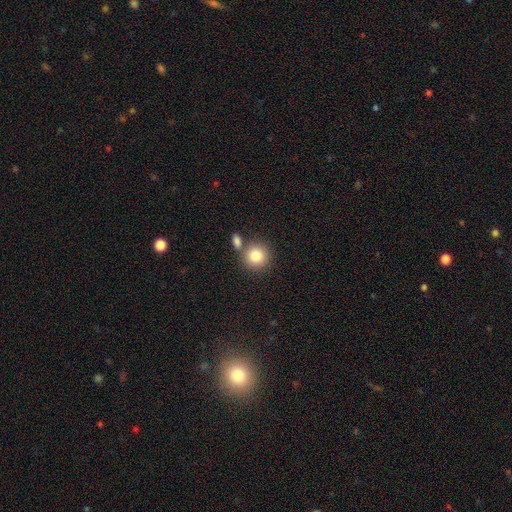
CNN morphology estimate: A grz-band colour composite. It shows a smooth galaxy with no disk features (83%) that is round (91%). Merging: none (66%).